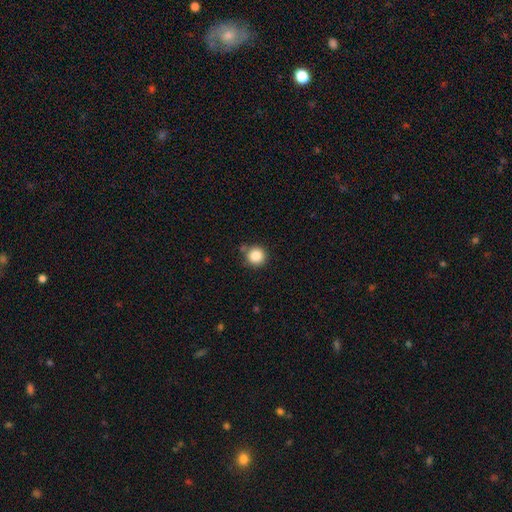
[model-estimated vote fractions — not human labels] Q: Smooth or featured?
A: smooth (85%); runner-up: star or artifact (11%)
Q: How rounded?
A: round (95%); runner-up: in between (4%)
Q: Merging?
A: none (82%); runner-up: minor disturbance (9%)